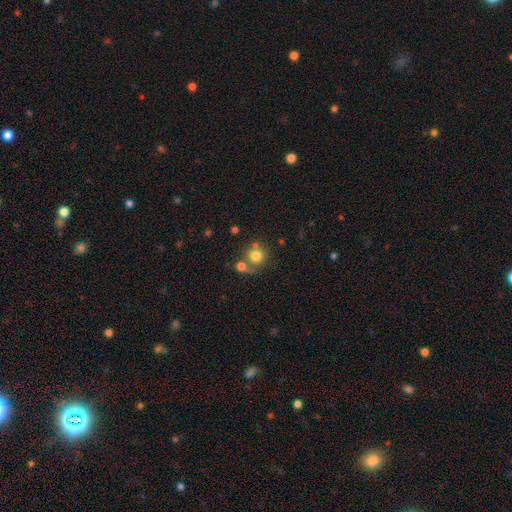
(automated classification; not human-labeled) smooth_or_featured: smooth (p=0.76) [alt: featured or disk p=0.12]
how_rounded: round (p=0.88) [alt: in between p=0.11]
merging: none (p=0.50) [alt: merger p=0.34]